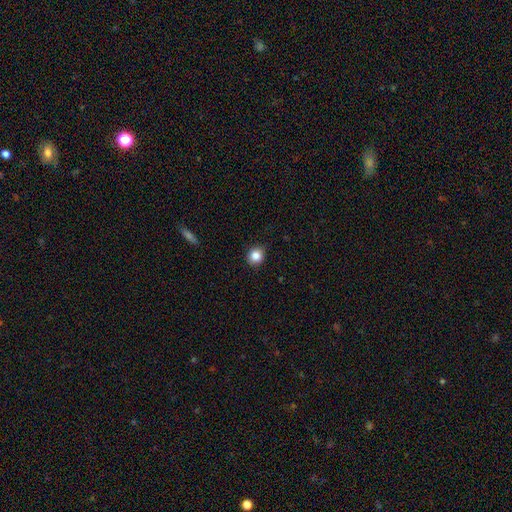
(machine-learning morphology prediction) Overall: smooth (85%). How rounded: round (82%). Merging: none (87%).